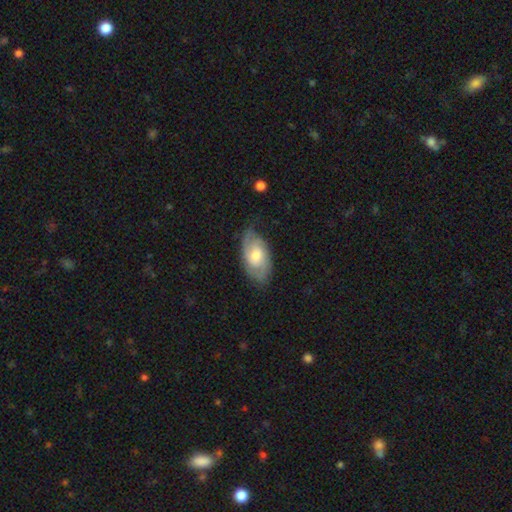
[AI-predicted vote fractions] Smooth or featured? Predicted: featured or disk (p=0.61). Edge-on disk? Predicted: no (p=0.94). Bar? Predicted: no (p=0.67). Spiral arms? Predicted: yes (p=0.87). Bulge size? Predicted: moderate (p=0.63). Merging? Predicted: none (p=0.70).